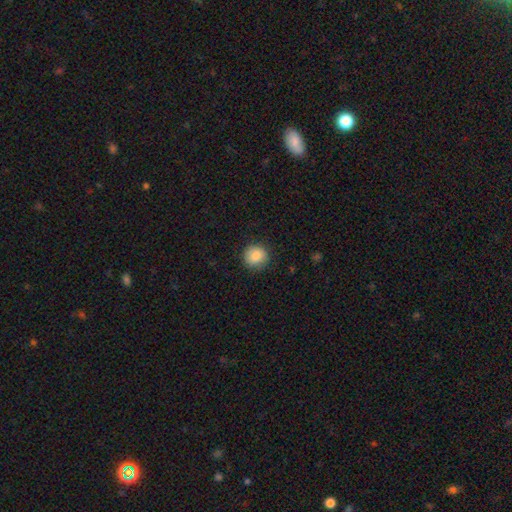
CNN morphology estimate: Smooth or featured?
  - smooth: 86% *
  - star or artifact: 8%
  - featured or disk: 6%
How rounded?
  - round: 90% *
  - in between: 9%
  - cigar-shaped: 1%
Merging?
  - none: 85% *
  - minor disturbance: 11%
  - major disturbance: 3%
  - merger: 1%